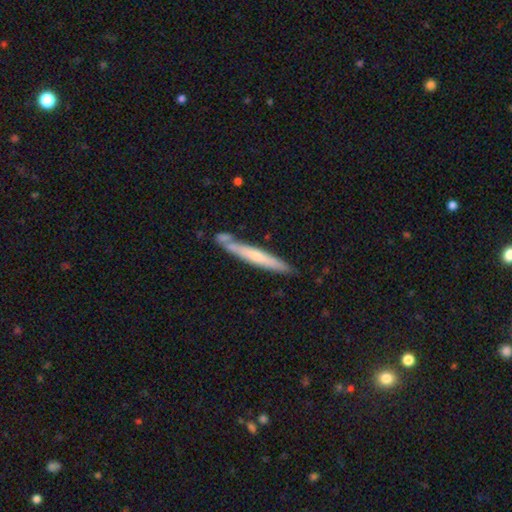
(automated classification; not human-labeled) Q: Smooth or featured?
A: smooth (50%); runner-up: featured or disk (44%)
Q: How rounded?
A: cigar-shaped (95%); runner-up: in between (3%)
Q: Merging?
A: none (72%); runner-up: minor disturbance (14%)